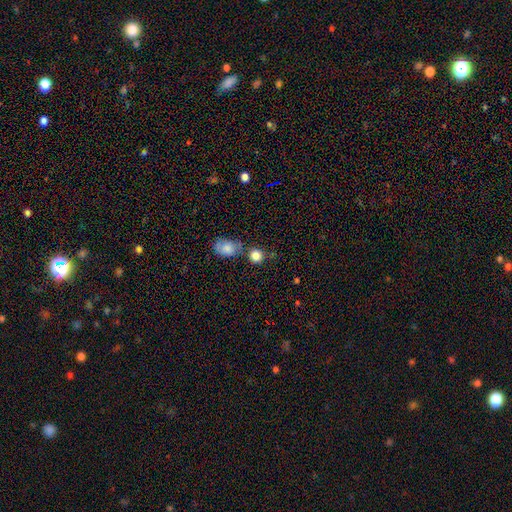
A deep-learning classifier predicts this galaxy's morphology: Smooth or featured? smooth (84%)
How rounded? round (86%)
Merging? none (66%)